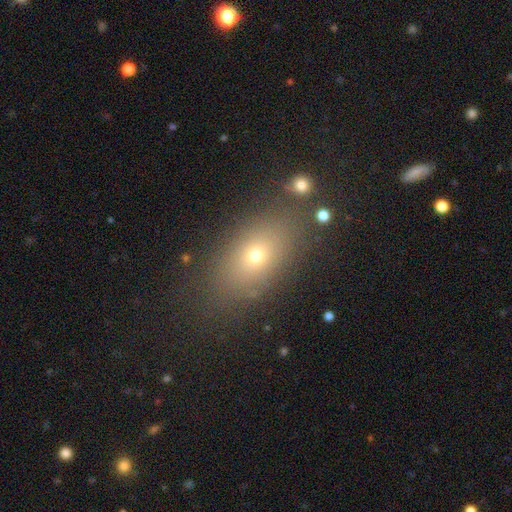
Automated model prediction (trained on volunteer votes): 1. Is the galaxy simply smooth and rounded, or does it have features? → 67% smooth, 17% star or artifact, 16% featured or disk.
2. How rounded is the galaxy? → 78% in between, 18% round, 4% cigar-shaped.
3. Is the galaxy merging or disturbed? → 78% none, 12% minor disturbance, 6% major disturbance, 4% merger.